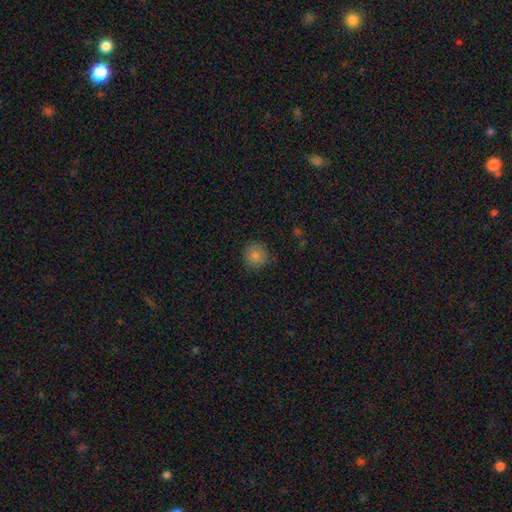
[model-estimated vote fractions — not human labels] Smooth or featured? Predicted: smooth (p=0.84). How rounded? Predicted: round (p=0.92). Merging? Predicted: none (p=0.84).